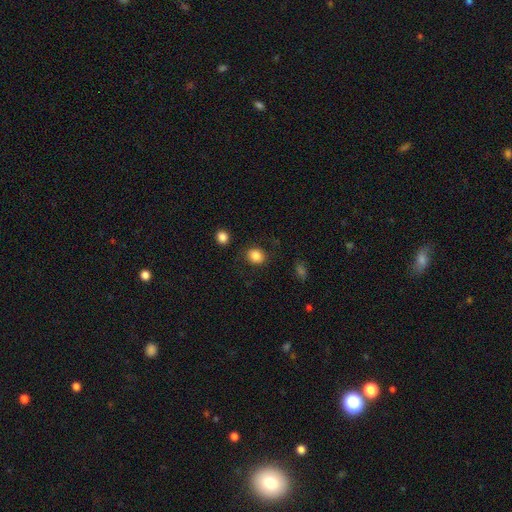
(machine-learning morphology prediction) Q: Smooth or featured?
A: smooth (85%); runner-up: star or artifact (10%)
Q: How rounded?
A: round (69%); runner-up: in between (30%)
Q: Merging?
A: none (84%); runner-up: minor disturbance (10%)